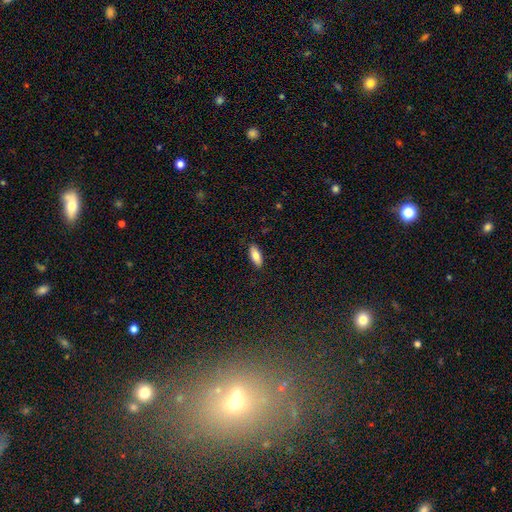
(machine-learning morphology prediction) Smooth or featured? smooth (84%)
How rounded? in between (81%)
Merging? none (87%)